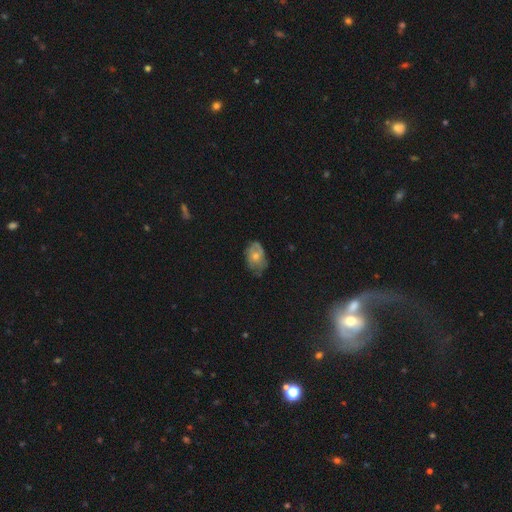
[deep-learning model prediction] The model was most divided on "smooth or featured": smooth: 50%, featured or disk: 41%, star or artifact: 9%. More confident: how rounded — in between (79%); merging — none (51%).